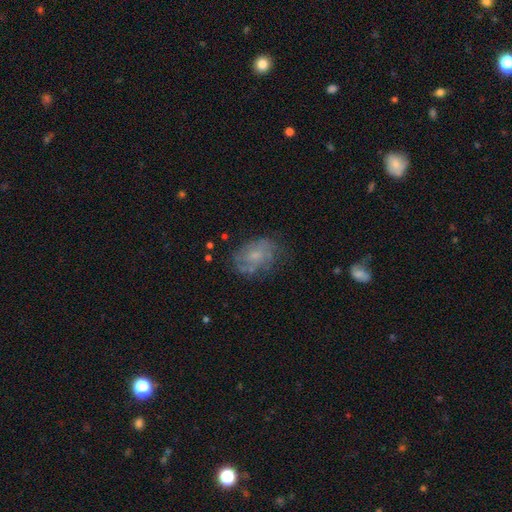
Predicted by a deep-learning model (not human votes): Overall: featured or disk (57%; smooth 33%). Edge-on disk: no (97%). Bar: no (76%). Spiral arms: yes (67%; no 33%). Bulge size: small (46%; moderate 29%). Merging: none (61%; minor disturbance 23%).